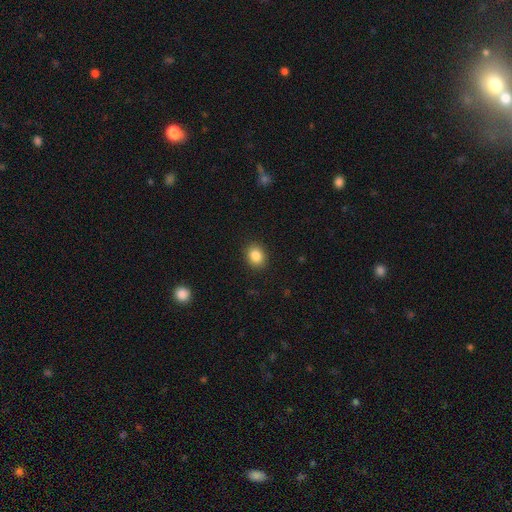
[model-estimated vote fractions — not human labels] Smooth or featured?
  - smooth: 86% *
  - star or artifact: 9%
  - featured or disk: 5%
How rounded?
  - round: 55% *
  - in between: 44%
  - cigar-shaped: 1%
Merging?
  - none: 90% *
  - minor disturbance: 7%
  - major disturbance: 2%
  - merger: 1%